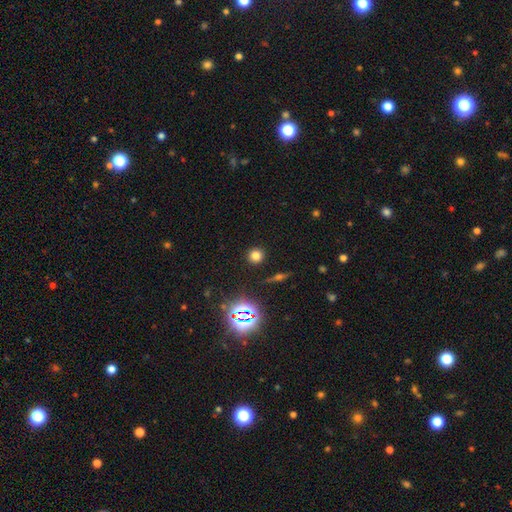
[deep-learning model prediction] smooth_or_featured: smooth (p=0.72) [alt: star or artifact p=0.22]
how_rounded: round (p=0.93) [alt: in between p=0.06]
merging: none (p=0.90) [alt: minor disturbance p=0.06]